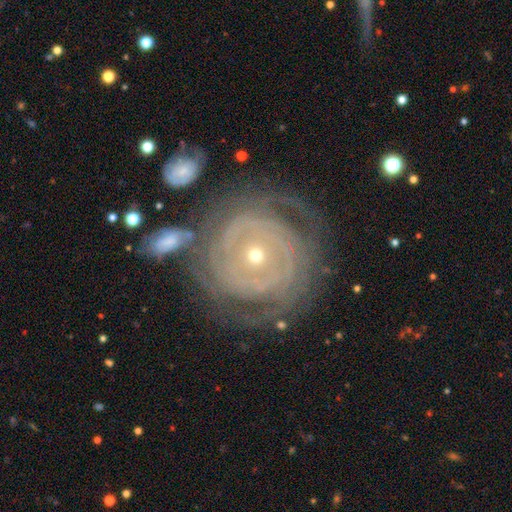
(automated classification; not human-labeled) Q: Smooth or featured?
A: featured or disk (86%); runner-up: smooth (9%)
Q: Edge-on disk?
A: no (97%); runner-up: yes (3%)
Q: Bar?
A: no (80%); runner-up: weak (14%)
Q: Spiral arms?
A: yes (91%); runner-up: no (9%)
Q: Spiral winding?
A: tight (83%); runner-up: medium (13%)
Q: Spiral arm count?
A: can't tell (34%); runner-up: 2 (22%)
Q: Bulge size?
A: small (77%); runner-up: moderate (20%)
Q: Merging?
A: none (65%); runner-up: minor disturbance (17%)